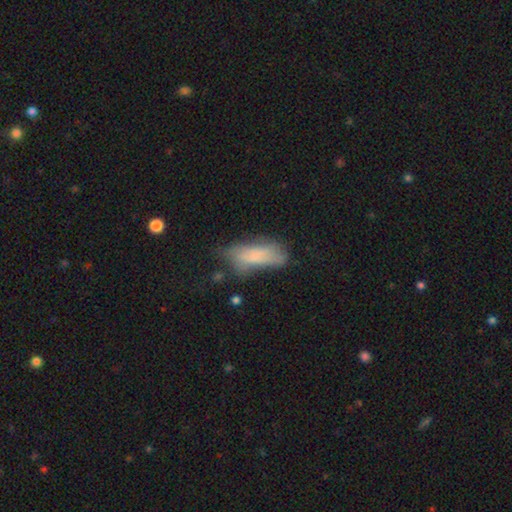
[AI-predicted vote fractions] Overall: smooth (69%). How rounded: in between (66%; cigar-shaped 32%). Merging: none (40%; minor disturbance 33%).